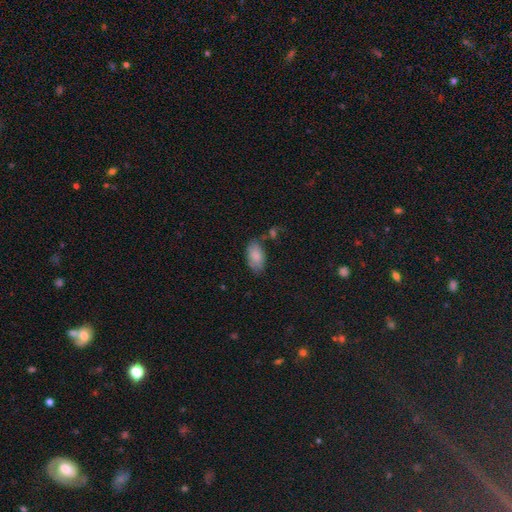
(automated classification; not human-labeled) A smooth galaxy with no disk features (84%) that is in between round and cigar-shaped (94%). Merging: none (70%).